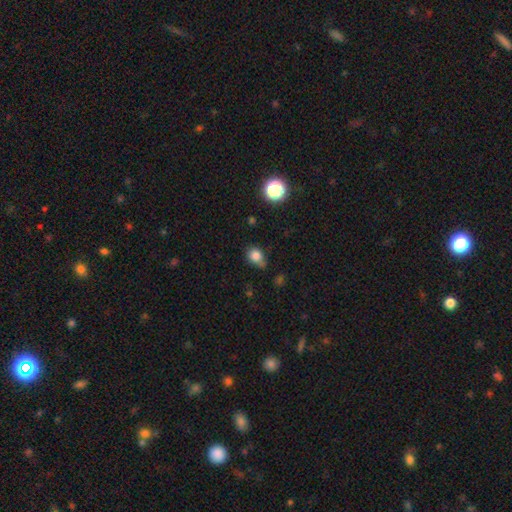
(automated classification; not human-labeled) Smooth or featured?
  - smooth: 81% *
  - star or artifact: 13%
  - featured or disk: 6%
How rounded?
  - round: 59% *
  - in between: 40%
  - cigar-shaped: 1%
Merging?
  - none: 52% *
  - minor disturbance: 35%
  - major disturbance: 8%
  - merger: 5%